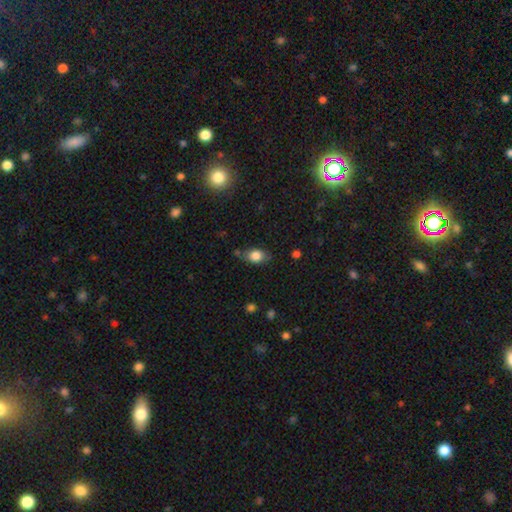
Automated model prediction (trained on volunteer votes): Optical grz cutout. It shows a smooth galaxy with no disk features (80%) that is in between round and cigar-shaped (77%). Merging: none (71%).